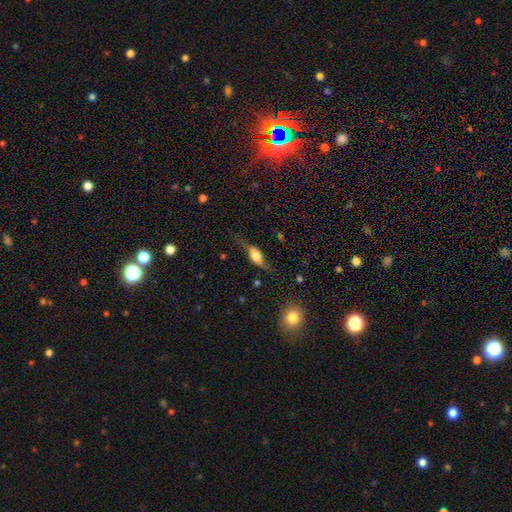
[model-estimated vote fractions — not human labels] Smooth or featured? smooth (49%)
Merging? none (54%)